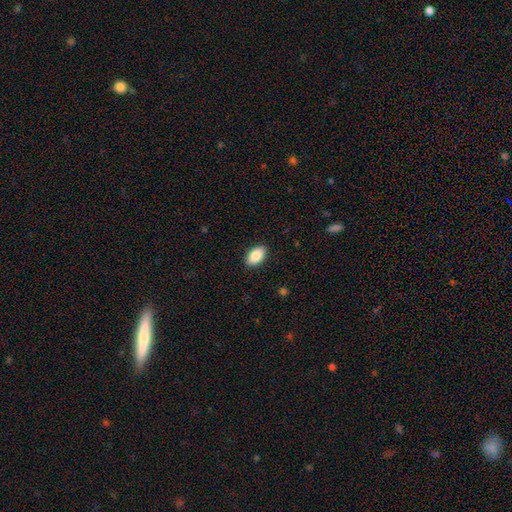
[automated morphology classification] Smooth or featured? smooth (88%)
How rounded? in between (94%)
Merging? none (89%)